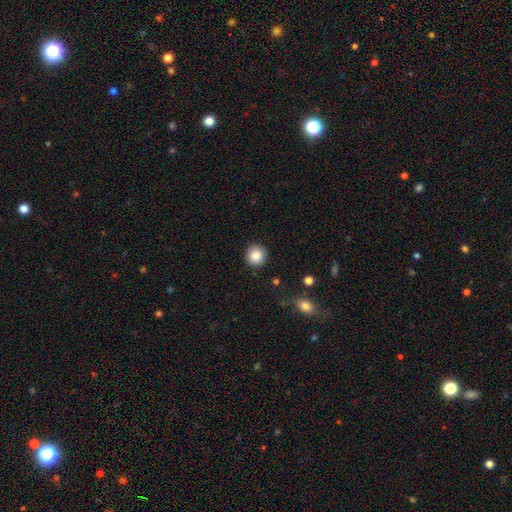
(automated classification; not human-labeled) Smooth or featured? Predicted: smooth (p=0.86). How rounded? Predicted: round (p=0.93). Merging? Predicted: none (p=0.90).